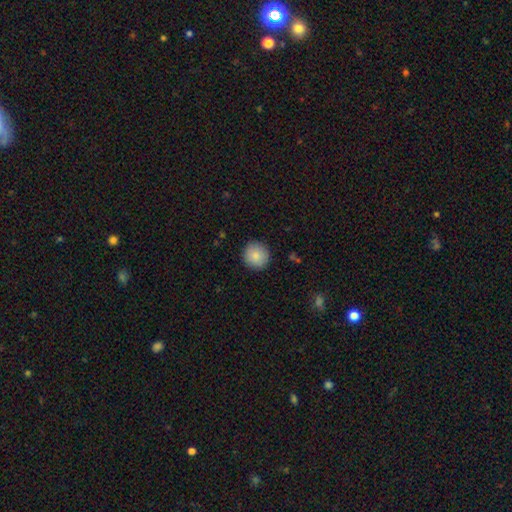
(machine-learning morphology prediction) Smooth or featured?
  - smooth: 86% *
  - star or artifact: 8%
  - featured or disk: 7%
How rounded?
  - round: 94% *
  - in between: 5%
  - cigar-shaped: 1%
Merging?
  - none: 91% *
  - minor disturbance: 6%
  - major disturbance: 2%
  - merger: 1%